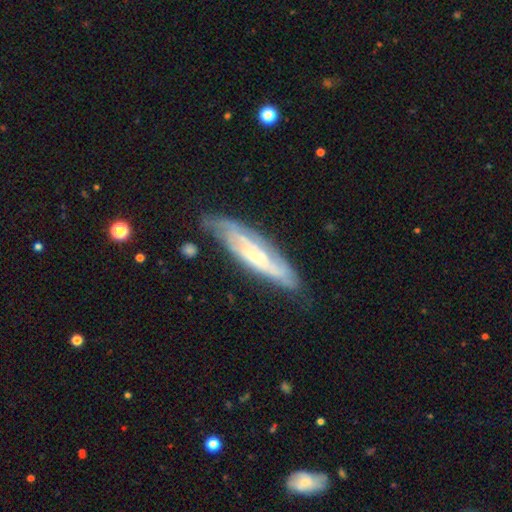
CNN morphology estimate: Smooth or featured? featured or disk (76%)
Edge-on disk? no (71%)
Bar? no (63%)
Spiral arms? yes (89%)
Bulge size? small (70%)
Merging? none (69%)